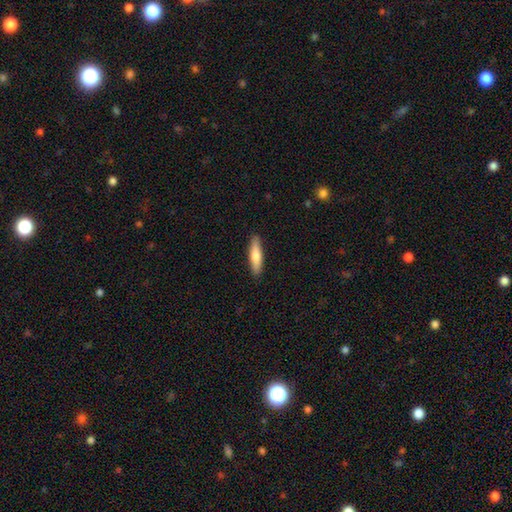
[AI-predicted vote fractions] A smooth galaxy with no disk features (73%) that is cigar-shaped (73%).

Vote fractions:
- Smooth or featured? smooth: 73% / featured or disk: 22% / star or artifact: 5%
- How rounded? cigar-shaped: 73% / in between: 26% / round: 2%
- Merging? none: 89% / minor disturbance: 8% / major disturbance: 2% / merger: 1%